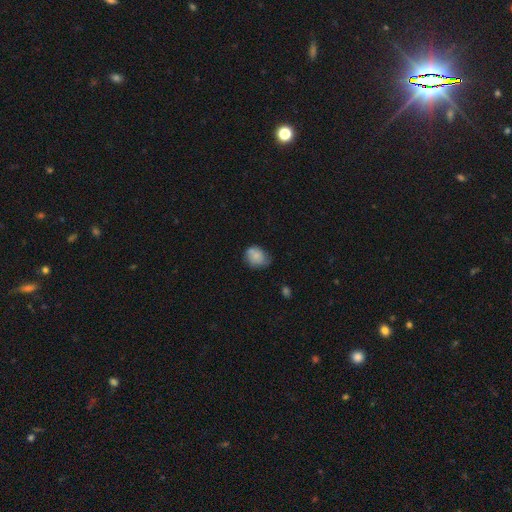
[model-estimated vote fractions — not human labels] Smooth or featured? Predicted: smooth (p=0.75). How rounded? Predicted: round (p=0.50). Merging? Predicted: none (p=0.52).